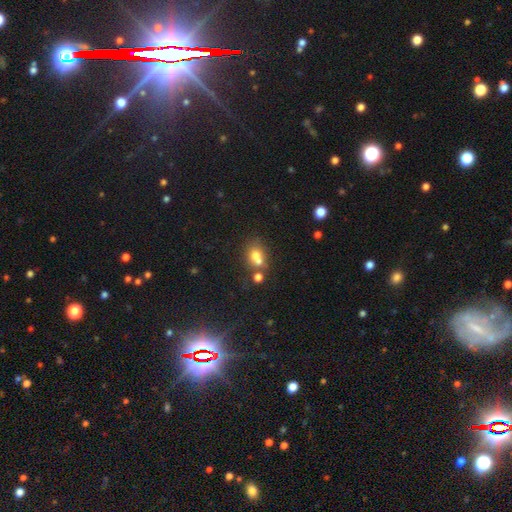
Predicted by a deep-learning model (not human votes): smooth_or_featured: smooth (p=0.68) [alt: featured or disk p=0.17]
how_rounded: round (p=0.51) [alt: in between p=0.48]
merging: merger (p=0.46) [alt: none p=0.37]